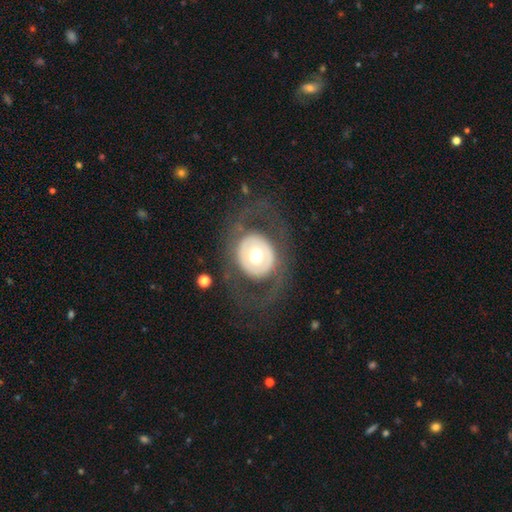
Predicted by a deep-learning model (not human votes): This appears to be a featured or disk galaxy (59%) with no bar (84%), no spiral arms (81%) and a moderate central bulge (52%). Merging: none (70%).